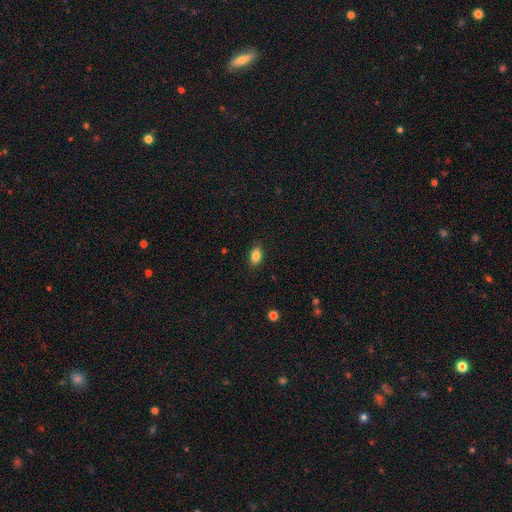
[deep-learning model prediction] smooth_or_featured: smooth (p=0.85) [alt: star or artifact p=0.09]
how_rounded: in between (p=0.86) [alt: round p=0.12]
merging: none (p=0.87) [alt: minor disturbance p=0.10]